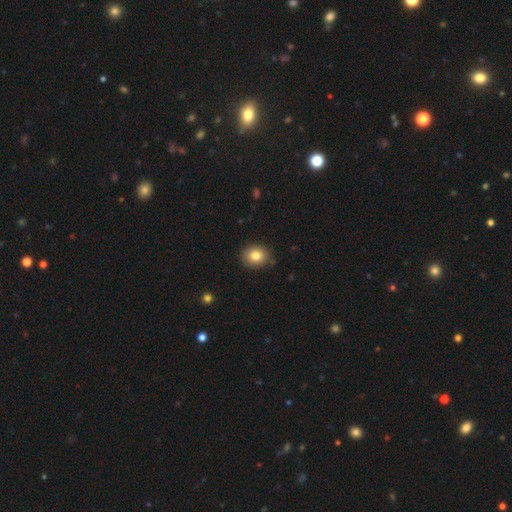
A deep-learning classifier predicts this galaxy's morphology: The model was most divided on "how rounded": round: 68%, in between: 31%, cigar-shaped: 1%. More confident: merging — none (87%); smooth or featured — smooth (83%).